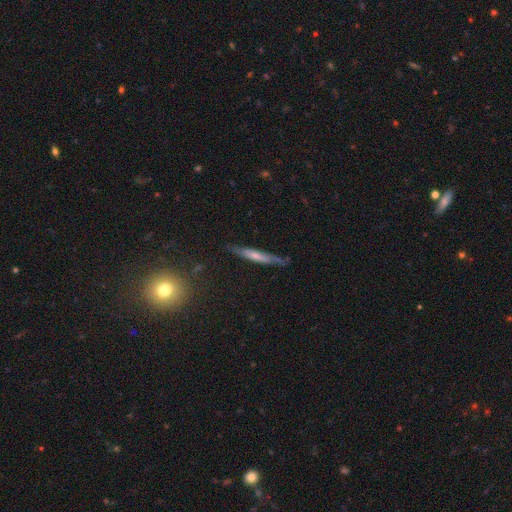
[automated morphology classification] smooth_or_featured: smooth (p=0.48) [alt: featured or disk p=0.43]
merging: none (p=0.76) [alt: minor disturbance p=0.18]